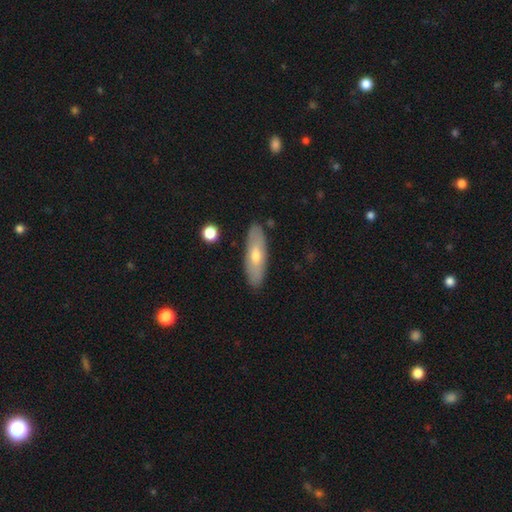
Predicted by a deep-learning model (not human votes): Smooth or featured: smooth — 52% (featured or disk — 41%)
How rounded: in between — 53% (cigar-shaped — 45%)
Merging: none — 87% (minor disturbance — 9%)